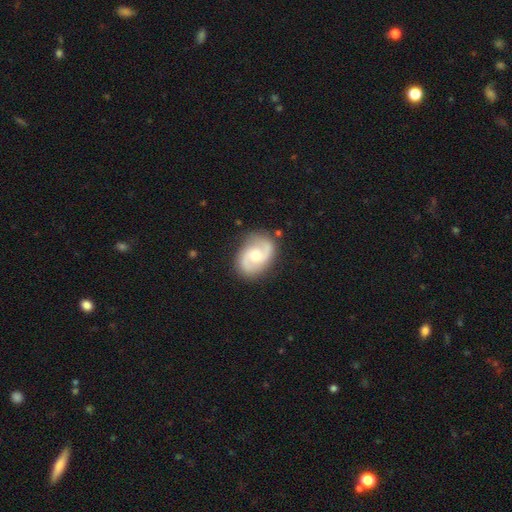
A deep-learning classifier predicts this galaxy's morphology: Q: Smooth or featured?
A: featured or disk (83%); runner-up: smooth (12%)
Q: Edge-on disk?
A: no (98%); runner-up: yes (2%)
Q: Bar?
A: no (54%); runner-up: weak (39%)
Q: Spiral arms?
A: yes (95%); runner-up: no (5%)
Q: Spiral winding?
A: medium (54%); runner-up: loose (26%)
Q: Spiral arm count?
A: 2 (92%); runner-up: can't tell (3%)
Q: Bulge size?
A: moderate (68%); runner-up: small (24%)
Q: Merging?
A: none (83%); runner-up: minor disturbance (12%)